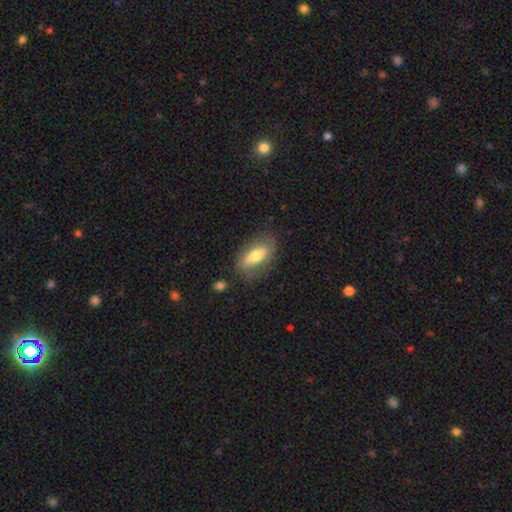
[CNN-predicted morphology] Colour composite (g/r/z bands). It shows a smooth galaxy with no disk features (63%) that is in between round and cigar-shaped (83%). Merging: none (75%).